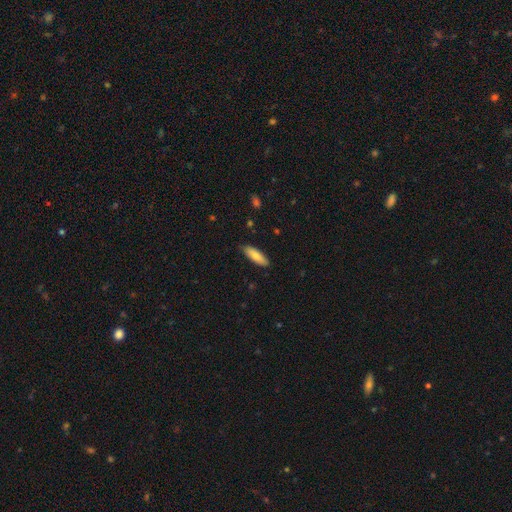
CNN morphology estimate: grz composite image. It shows a smooth galaxy with no disk features (77%) that is in between round and cigar-shaped (55%). Merging: none (84%).